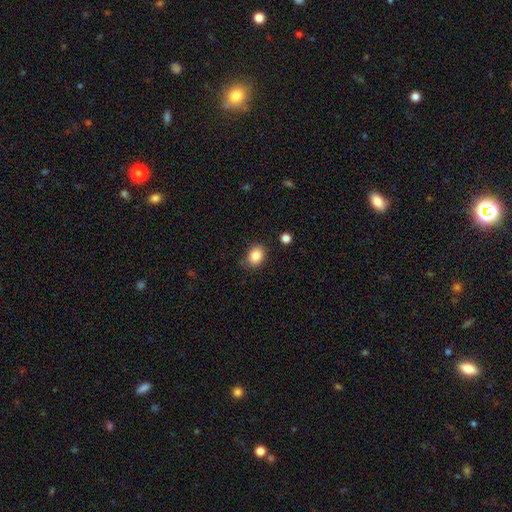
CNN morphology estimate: smooth 86%, star or artifact 9%, featured or disk 5%. Down the decision tree: how rounded — in between (57%); merging — none (82%).